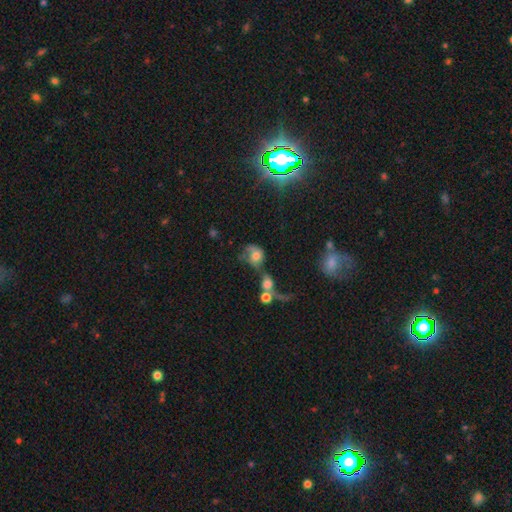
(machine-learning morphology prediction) A smooth galaxy with no disk features (50%).

Vote fractions:
- Smooth or featured? smooth: 50% / featured or disk: 37% / star or artifact: 13%
- Merging? merger: 46% / major disturbance: 26% / none: 17% / minor disturbance: 12%